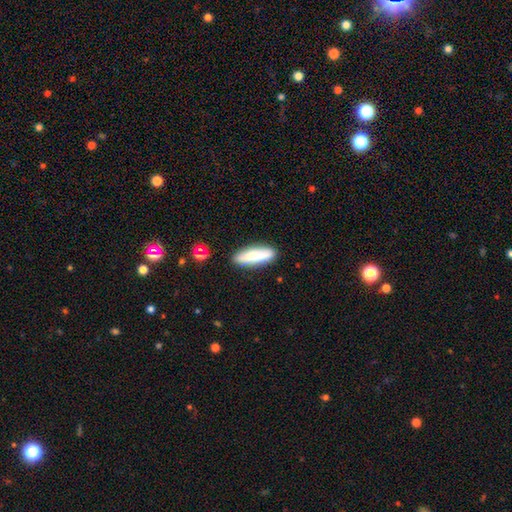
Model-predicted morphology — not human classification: Smooth or featured?
  - smooth: 74% *
  - featured or disk: 20%
  - star or artifact: 7%
How rounded?
  - cigar-shaped: 57% *
  - in between: 41%
  - round: 2%
Merging?
  - none: 85% *
  - minor disturbance: 10%
  - major disturbance: 2%
  - merger: 2%